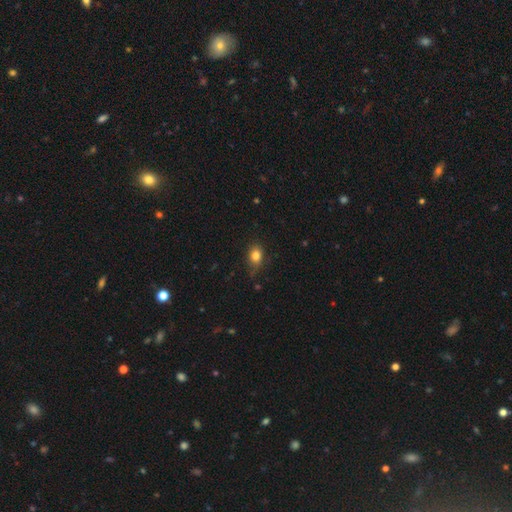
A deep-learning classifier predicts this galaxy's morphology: Smooth or featured? smooth (82%)
How rounded? in between (65%)
Merging? none (70%)